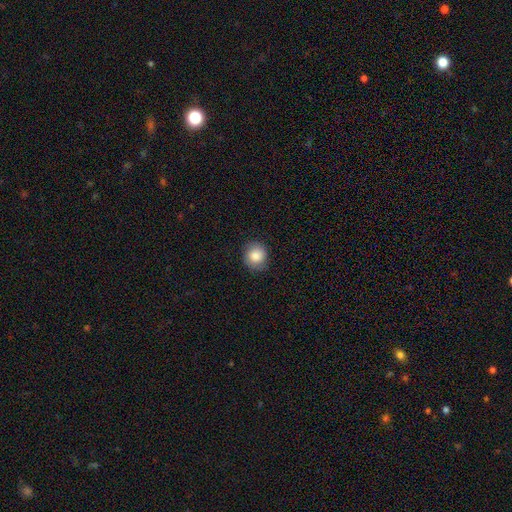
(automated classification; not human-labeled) Morphology: type=smooth (83%); roundness=round (82%); merging=none (83%).